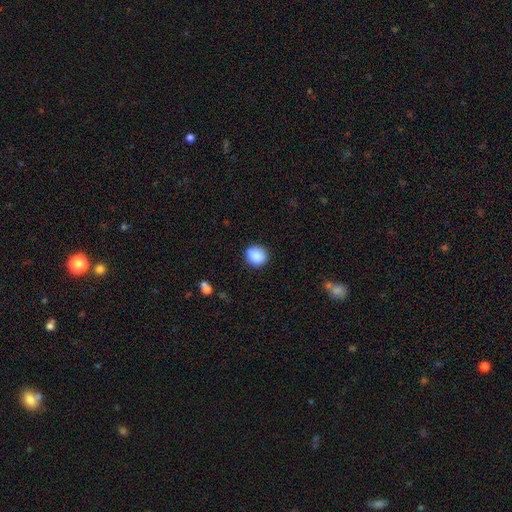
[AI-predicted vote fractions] Overall: smooth (88%). How rounded: round (77%). Merging: none (85%).